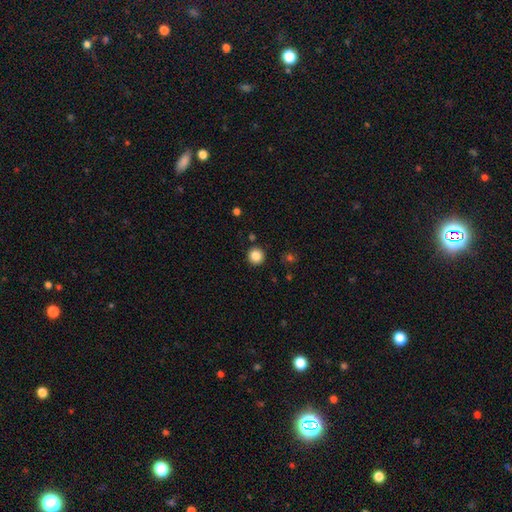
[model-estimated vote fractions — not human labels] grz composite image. It shows a smooth galaxy with no disk features (86%) that is round (95%). Merging: none (91%).